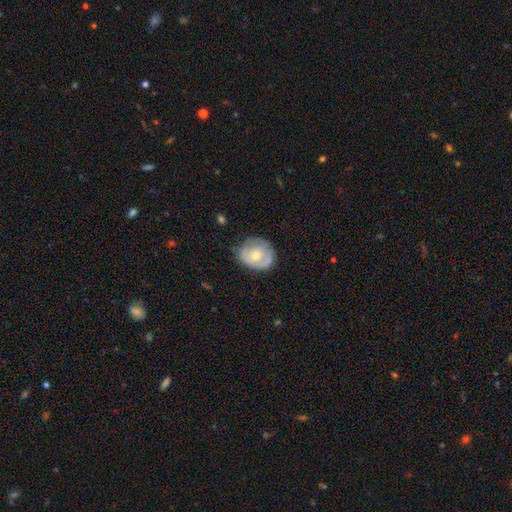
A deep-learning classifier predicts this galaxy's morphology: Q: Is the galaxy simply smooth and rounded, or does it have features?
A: smooth — 48%.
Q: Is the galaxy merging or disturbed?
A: none — 61%.